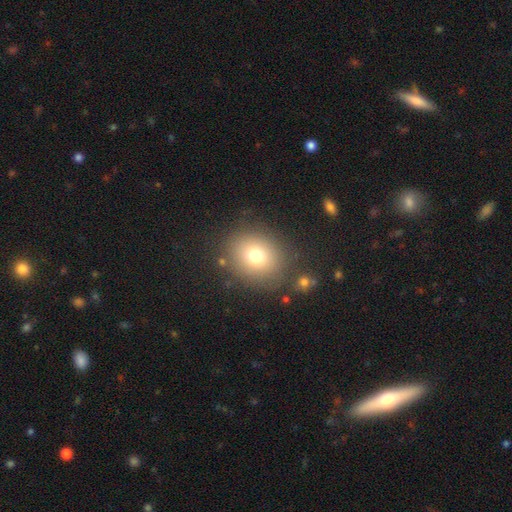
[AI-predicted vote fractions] Morphology: type=smooth (74%); roundness=round (75%); merging=none (81%).